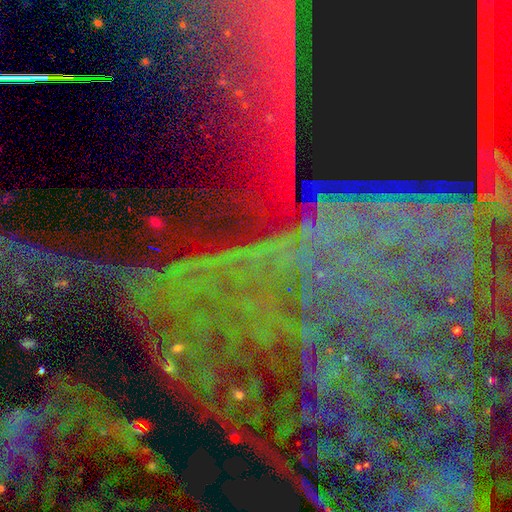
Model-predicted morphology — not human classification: Smooth or featured?
  - star or artifact: 83% *
  - featured or disk: 10%
  - smooth: 7%